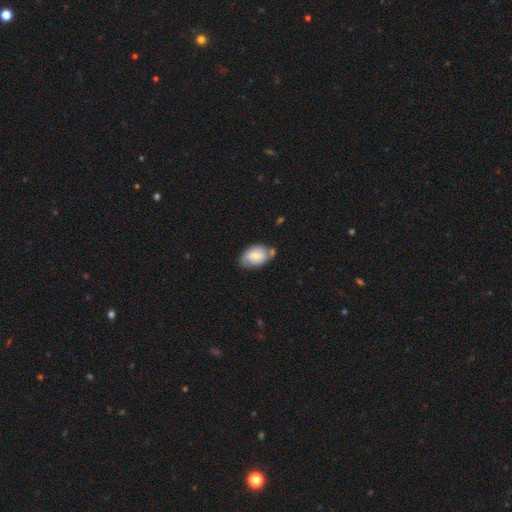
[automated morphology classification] This appears to be a smooth galaxy with no disk features (59%) that is in between round and cigar-shaped (83%). Merging: none (55%).